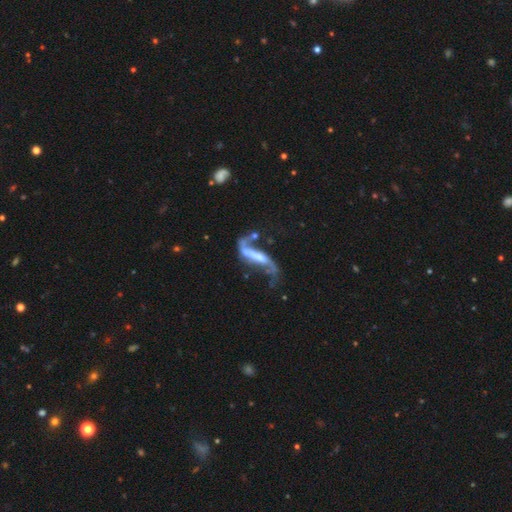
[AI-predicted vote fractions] A featured or disk galaxy (79%) with a strong bar (49%), 2 (82%) loose (85%) spiral arms (83%) and no central bulge (35%).

Vote fractions:
- Smooth or featured? featured or disk: 79% / smooth: 15% / star or artifact: 7%
- Edge-on disk? no: 83% / yes: 17%
- Bar? strong: 49% / weak: 28% / no: 24%
- Spiral arms? yes: 83% / no: 17%
- Spiral winding? loose: 85% / medium: 11% / tight: 4%
- Spiral arm count? 2: 82% / 1: 10% / can't tell: 5% / 3: 1% / 4: 1% / more than 4: 1%
- Bulge size? none: 35% / small: 27% / moderate: 26% / large: 9% / dominant: 3%
- Merging? none: 37% / major disturbance: 29% / minor disturbance: 18% / merger: 17%